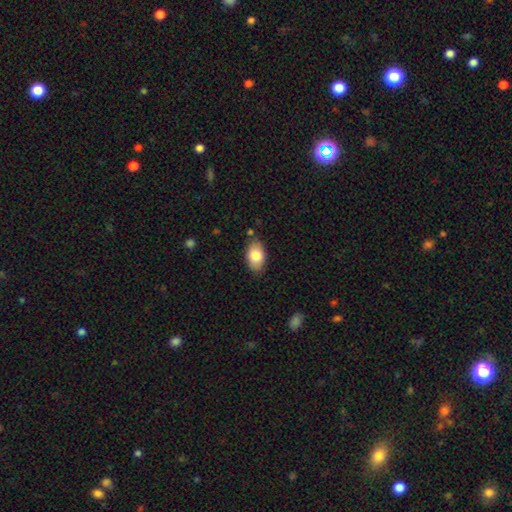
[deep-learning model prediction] A smooth galaxy with no disk features (83%) that is in between round and cigar-shaped (93%).

Vote fractions:
- Smooth or featured? smooth: 83% / featured or disk: 11% / star or artifact: 7%
- How rounded? in between: 93% / round: 6% / cigar-shaped: 2%
- Merging? none: 81% / minor disturbance: 14% / major disturbance: 3% / merger: 2%